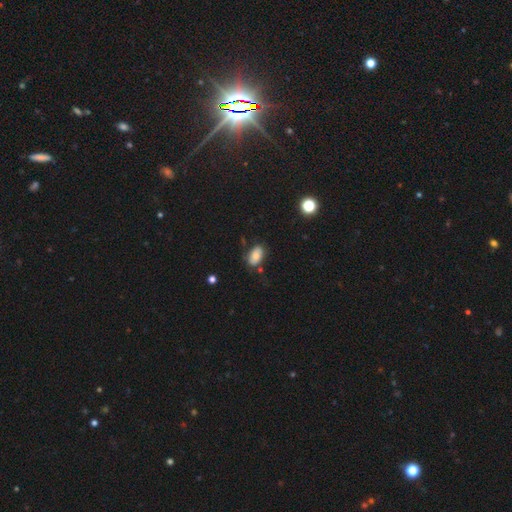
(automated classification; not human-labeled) Q: Smooth or featured?
A: smooth (73%); runner-up: featured or disk (17%)
Q: How rounded?
A: in between (91%); runner-up: round (8%)
Q: Merging?
A: none (68%); runner-up: minor disturbance (22%)